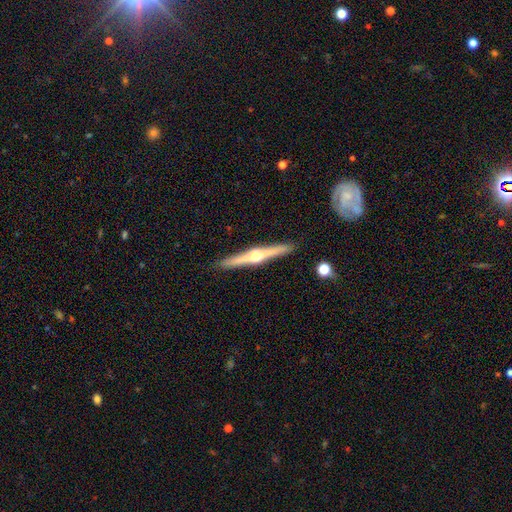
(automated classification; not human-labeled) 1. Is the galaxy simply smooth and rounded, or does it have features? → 78% featured or disk, 17% smooth, 5% star or artifact.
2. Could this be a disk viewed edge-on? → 98% yes, 2% no.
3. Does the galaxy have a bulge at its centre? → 95% rounded, 2% none, 2% boxy.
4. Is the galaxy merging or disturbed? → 92% none, 6% minor disturbance, 1% major disturbance, 1% merger.